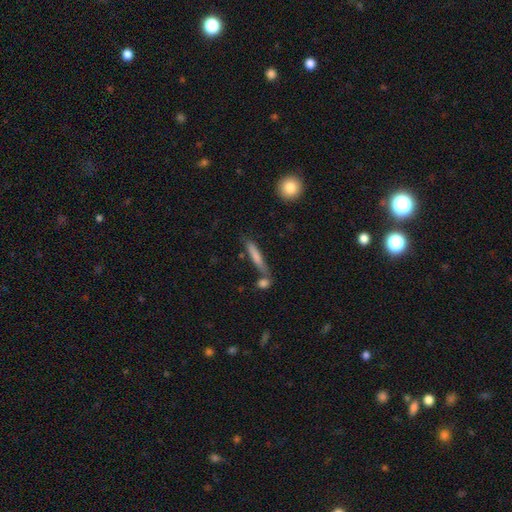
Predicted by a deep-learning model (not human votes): smooth_or_featured: smooth (p=0.70) [alt: featured or disk p=0.23]
how_rounded: cigar-shaped (p=0.90) [alt: in between p=0.09]
merging: none (p=0.68) [alt: merger p=0.14]